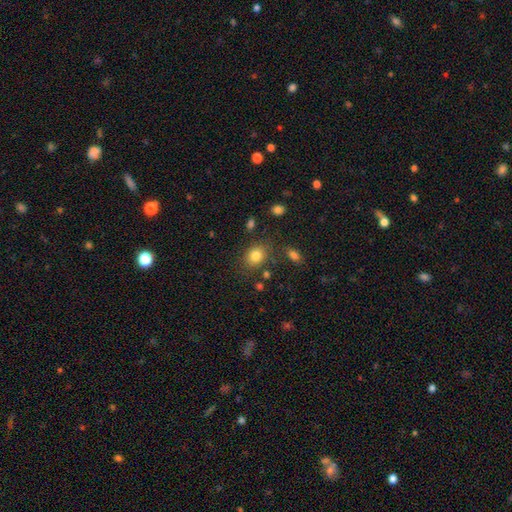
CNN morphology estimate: This is clearly a smooth galaxy (81%). How rounded: possibly in between (53%). Merging: likely none (76%).